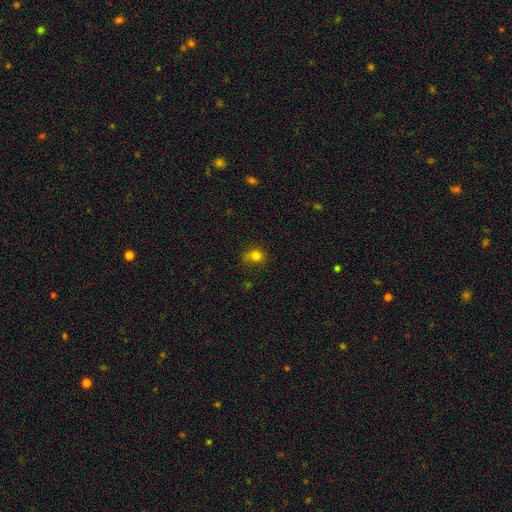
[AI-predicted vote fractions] This appears to be a smooth galaxy with no disk features (77%) that is round (60%). Merging: none (57%).